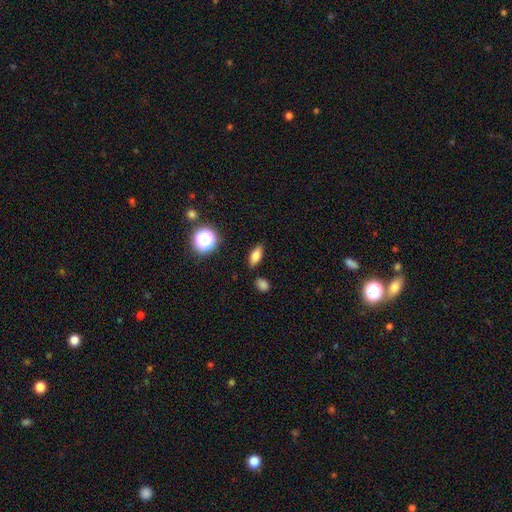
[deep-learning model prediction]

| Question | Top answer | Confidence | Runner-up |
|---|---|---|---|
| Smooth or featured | smooth | 74% | featured or disk (14%) |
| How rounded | in between | 74% | cigar-shaped (18%) |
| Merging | none | 86% | minor disturbance (10%) |